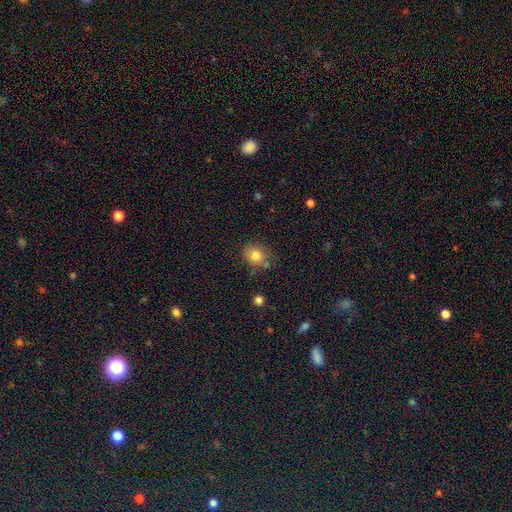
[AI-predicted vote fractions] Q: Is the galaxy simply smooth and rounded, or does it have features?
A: smooth — 81%.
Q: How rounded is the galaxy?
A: round — 72%.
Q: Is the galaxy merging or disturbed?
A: none — 71%.